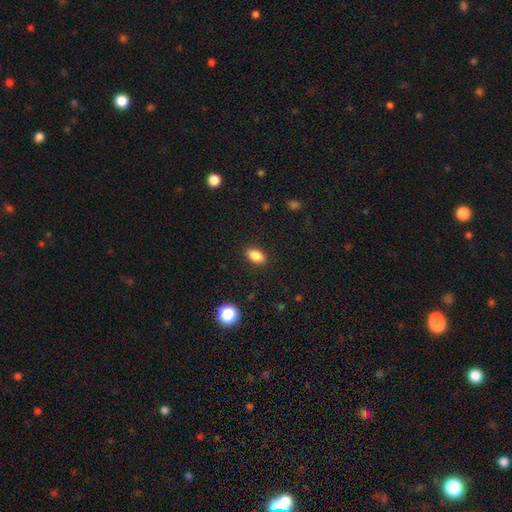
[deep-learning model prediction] Q: Smooth or featured?
A: smooth (85%); runner-up: star or artifact (9%)
Q: How rounded?
A: in between (88%); runner-up: round (8%)
Q: Merging?
A: none (89%); runner-up: minor disturbance (8%)